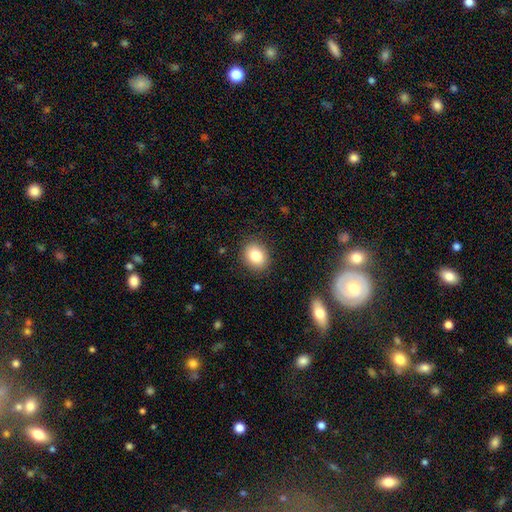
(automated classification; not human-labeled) smooth-or-featured: smooth: 83% | star or artifact: 9% | featured or disk: 8%
  how-rounded: in between: 54% | round: 45% | cigar-shaped: 1%
  merging: none: 88% | minor disturbance: 9% | major disturbance: 3% | merger: 1%